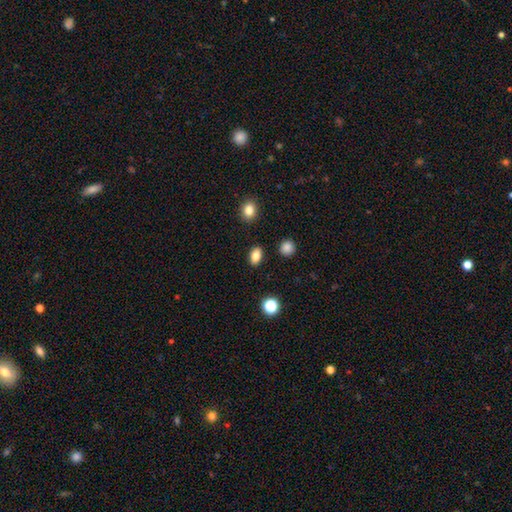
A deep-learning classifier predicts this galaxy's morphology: Q: Smooth or featured?
A: smooth (83%); runner-up: star or artifact (11%)
Q: How rounded?
A: in between (81%); runner-up: round (17%)
Q: Merging?
A: none (88%); runner-up: minor disturbance (7%)